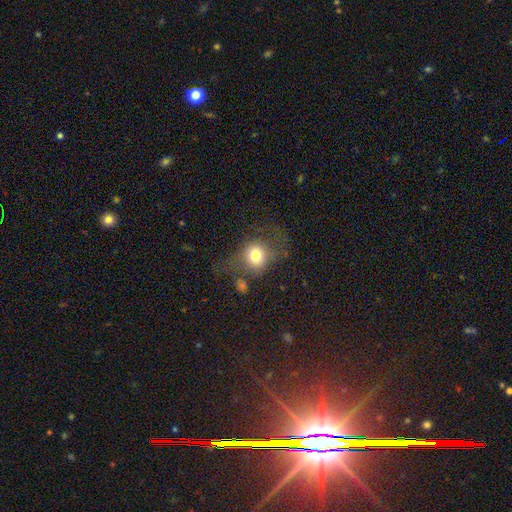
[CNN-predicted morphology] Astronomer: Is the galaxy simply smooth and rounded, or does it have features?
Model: smooth — 70%.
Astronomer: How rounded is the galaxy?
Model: round — 75%.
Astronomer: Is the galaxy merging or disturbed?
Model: none — 47% (runner-up: major disturbance, 25%).